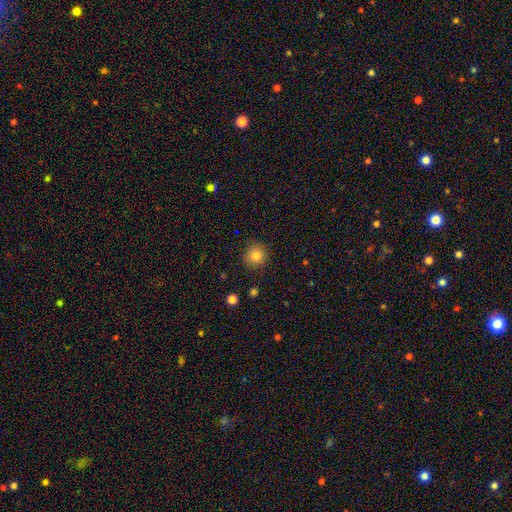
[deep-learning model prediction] Morphology: type=smooth (83%); roundness=round (93%); merging=none (88%).